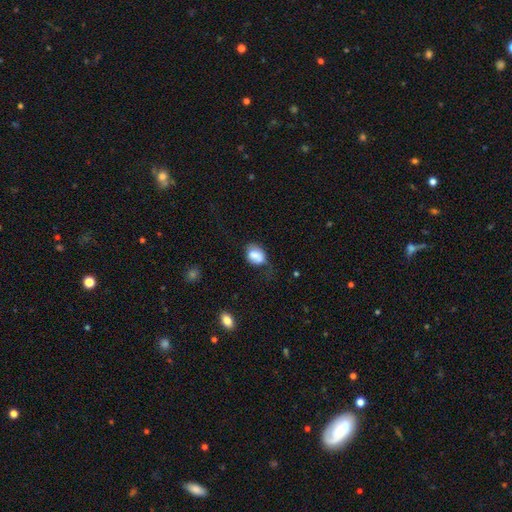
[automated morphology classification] smooth-or-featured: smooth: 79% | featured or disk: 12% | star or artifact: 9%
  how-rounded: in between: 68% | round: 30% | cigar-shaped: 1%
  merging: none: 39% | minor disturbance: 33% | major disturbance: 21% | merger: 8%